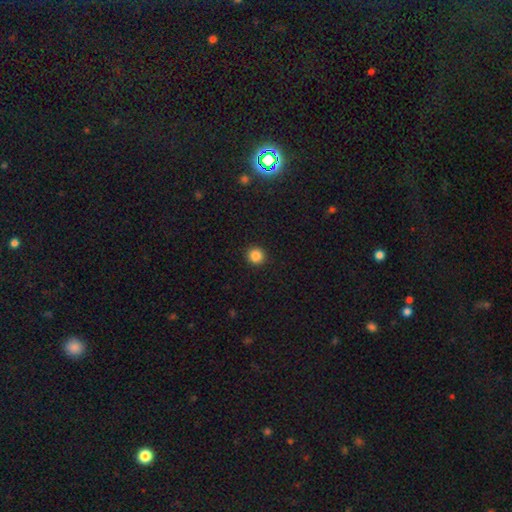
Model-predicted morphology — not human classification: A smooth galaxy with no disk features (86%) that is round (94%). Merging: none (93%).